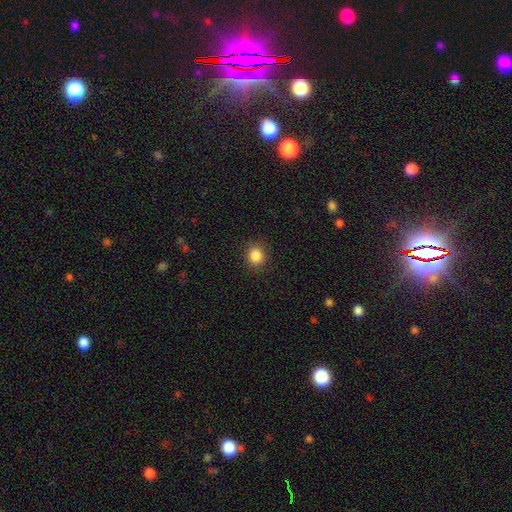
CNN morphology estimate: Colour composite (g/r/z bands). It shows a smooth galaxy with no disk features (86%) that is round (80%). Merging: none (89%).